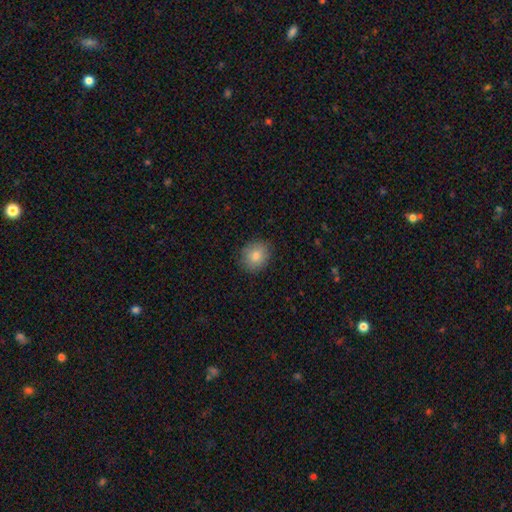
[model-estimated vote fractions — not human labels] smooth_or_featured: smooth (p=0.82) [alt: star or artifact p=0.10]
how_rounded: round (p=0.65) [alt: in between p=0.34]
merging: none (p=0.88) [alt: minor disturbance p=0.09]